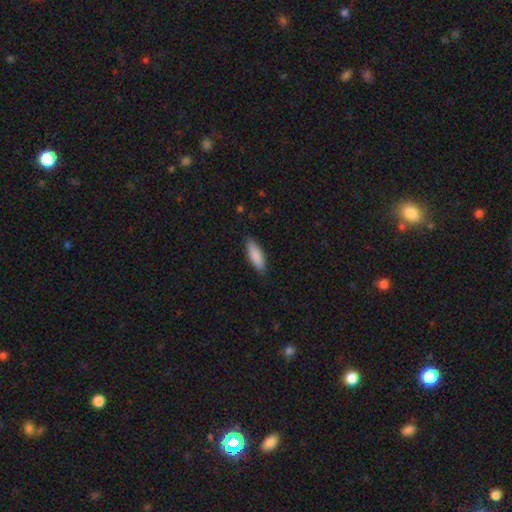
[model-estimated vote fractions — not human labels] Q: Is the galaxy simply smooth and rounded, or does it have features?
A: smooth — 88%.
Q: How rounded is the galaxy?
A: in between — 60%.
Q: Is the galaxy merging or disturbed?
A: none — 86%.